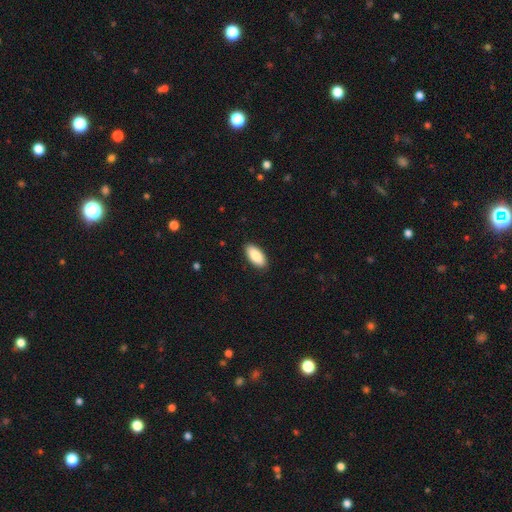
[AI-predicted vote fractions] smooth 88%, featured or disk 6%, star or artifact 6%. Down the decision tree: how rounded — in between (91%); merging — none (89%).